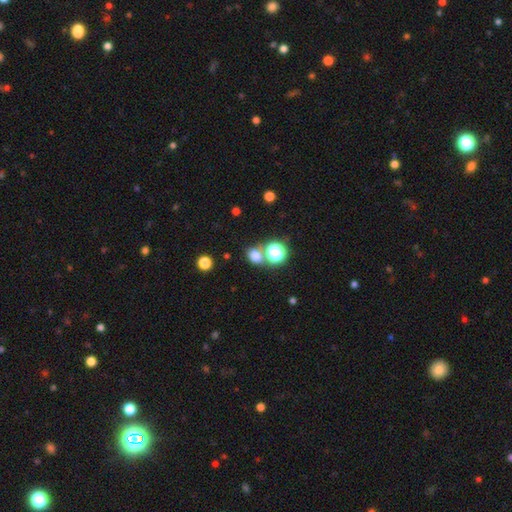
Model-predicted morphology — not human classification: A smooth galaxy with no disk features (73%) that is round (54%). Merging: none (63%).